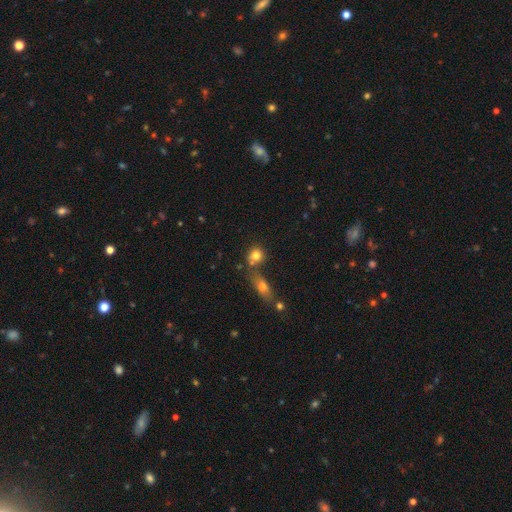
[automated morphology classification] smooth-or-featured: smooth: 78% | star or artifact: 11% | featured or disk: 11%
  how-rounded: round: 78% | in between: 20% | cigar-shaped: 2%
  merging: none: 52% | merger: 33% | minor disturbance: 11% | major disturbance: 5%